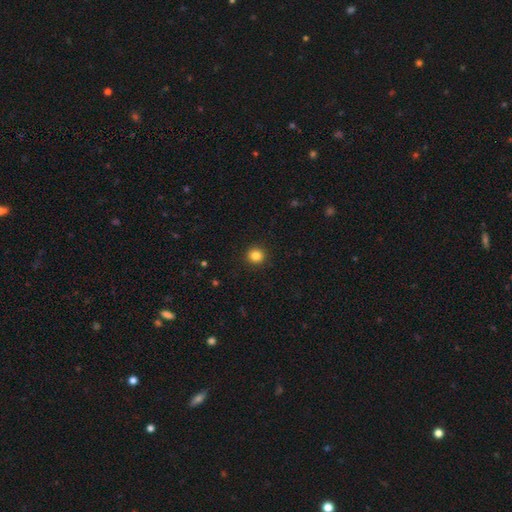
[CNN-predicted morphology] Smooth or featured? Predicted: smooth (p=0.84). How rounded? Predicted: round (p=0.93). Merging? Predicted: none (p=0.92).